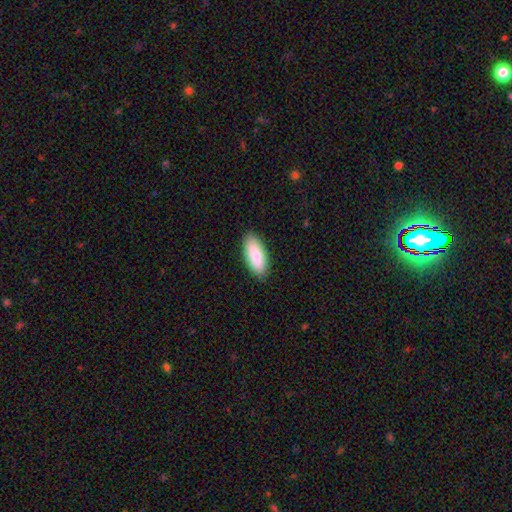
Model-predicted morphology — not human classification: The model was most divided on "how rounded": in between: 83%, cigar-shaped: 16%, round: 2%. More confident: merging — none (88%); smooth or featured — smooth (86%).